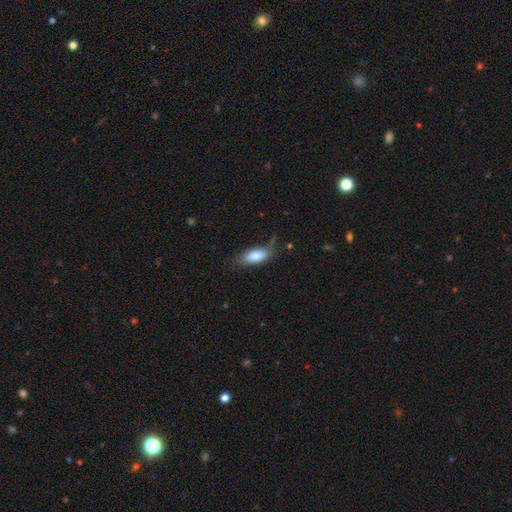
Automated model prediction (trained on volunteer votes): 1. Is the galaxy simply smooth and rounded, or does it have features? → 81% smooth, 13% featured or disk, 6% star or artifact.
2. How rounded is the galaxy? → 83% in between, 15% cigar-shaped, 3% round.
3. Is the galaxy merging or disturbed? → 57% none, 29% minor disturbance, 11% major disturbance, 3% merger.